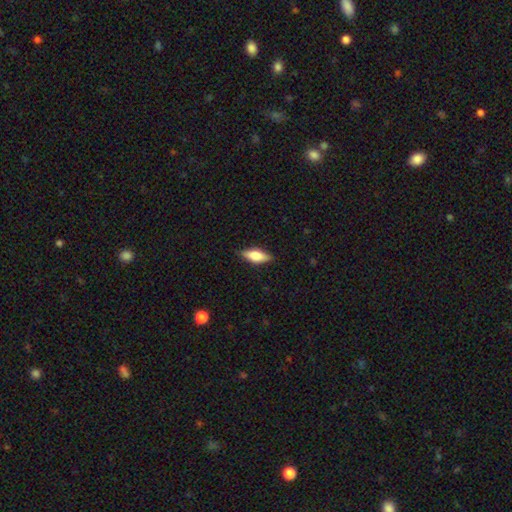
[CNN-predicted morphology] A smooth galaxy with no disk features (64%) that is in between round and cigar-shaped (68%). Merging: none (86%).